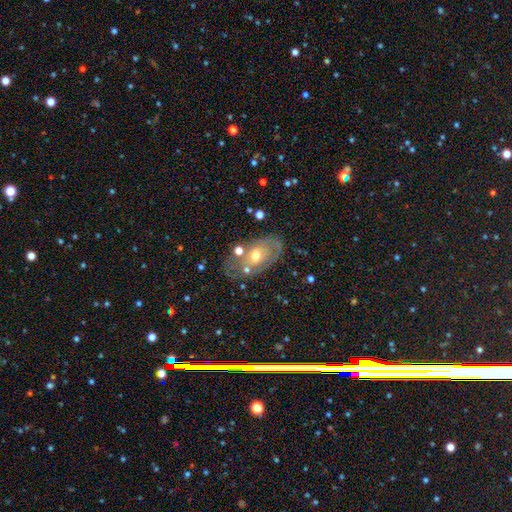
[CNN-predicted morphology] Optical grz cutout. It shows a featured or disk galaxy (62%) with no bar (80%), no spiral arms (58%) and a moderate central bulge (69%). Merging: none (64%).